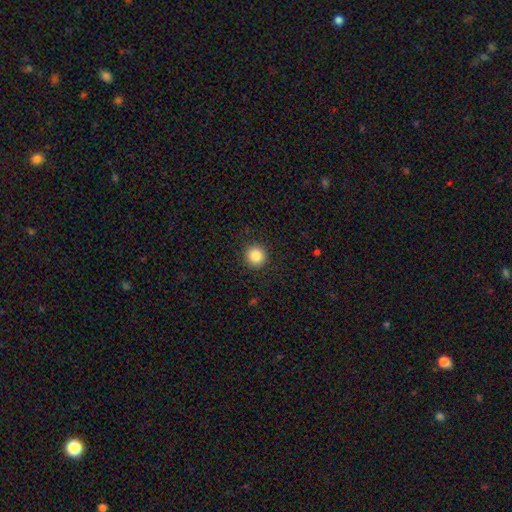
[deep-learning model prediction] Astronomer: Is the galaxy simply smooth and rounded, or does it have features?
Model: smooth — 86%.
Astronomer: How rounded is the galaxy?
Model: round — 95%.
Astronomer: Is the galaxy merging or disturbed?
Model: none — 92%.